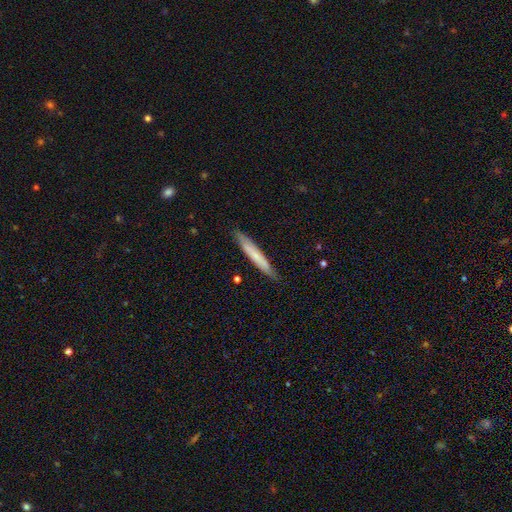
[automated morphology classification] This is likely a smooth galaxy (64%). How rounded: clearly cigar-shaped (95%). Merging: clearly none (86%).